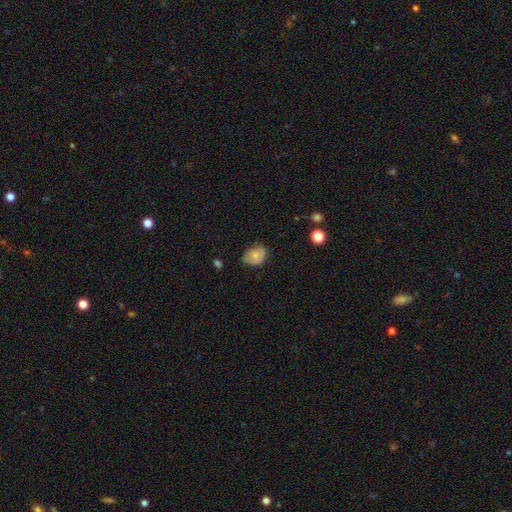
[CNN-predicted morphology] Overall: smooth (74%). How rounded: in between (65%; round 34%). Merging: none (53%; minor disturbance 37%).